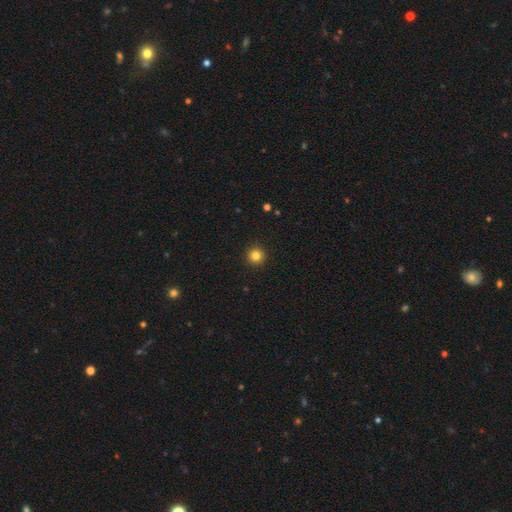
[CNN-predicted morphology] Q: Smooth or featured?
A: smooth (83%); runner-up: star or artifact (12%)
Q: How rounded?
A: round (96%); runner-up: in between (3%)
Q: Merging?
A: none (94%); runner-up: minor disturbance (4%)